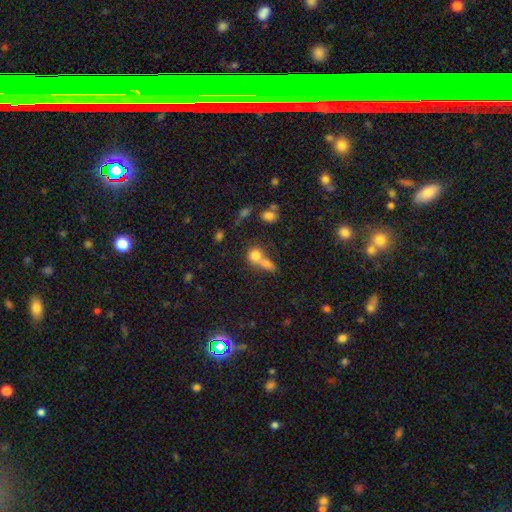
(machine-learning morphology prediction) Smooth or featured? Predicted: smooth (p=0.74). How rounded? Predicted: round (p=0.60). Merging? Predicted: merger (p=0.60).